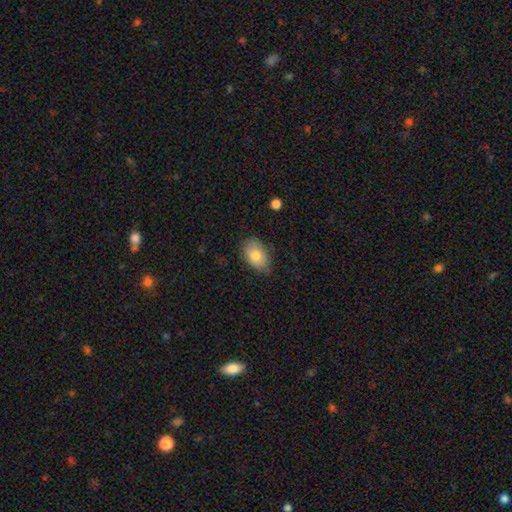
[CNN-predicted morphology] A smooth galaxy with no disk features (80%) that is in between round and cigar-shaped (88%). Merging: none (76%).